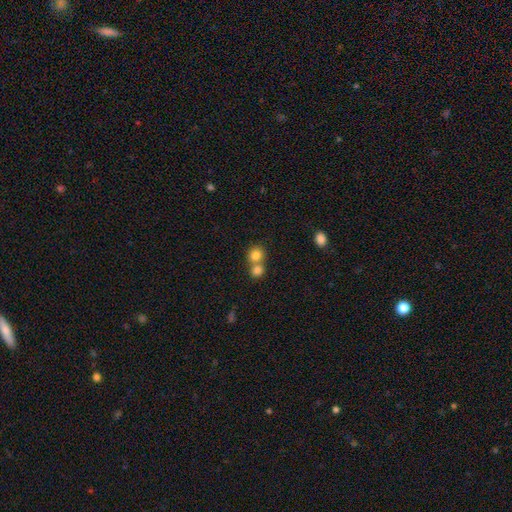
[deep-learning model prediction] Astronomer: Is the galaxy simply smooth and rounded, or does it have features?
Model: smooth — 81%.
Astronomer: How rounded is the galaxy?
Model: round — 85%.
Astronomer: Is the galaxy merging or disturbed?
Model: merger — 49% (runner-up: none, 44%).